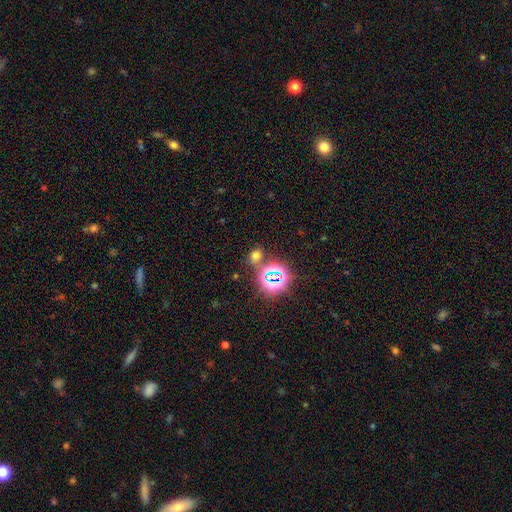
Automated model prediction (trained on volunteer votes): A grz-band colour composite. It shows a smooth galaxy with no disk features (54%) that is in between round and cigar-shaped (51%). Merging: none (74%).